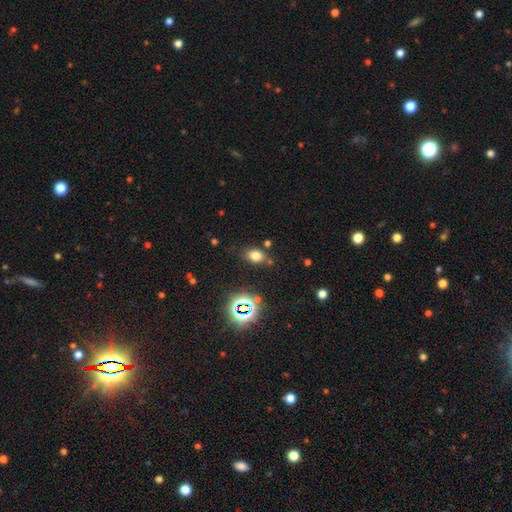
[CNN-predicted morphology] The model was most divided on "how rounded": in between: 72%, round: 26%, cigar-shaped: 2%. More confident: merging — none (78%); smooth or featured — smooth (70%).